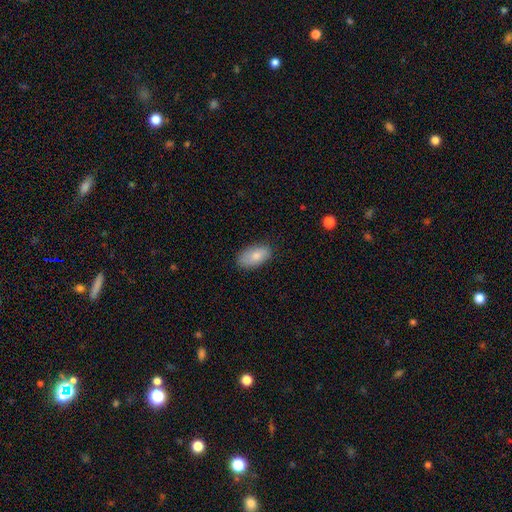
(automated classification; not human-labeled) Smooth or featured? Predicted: smooth (p=0.81). How rounded? Predicted: in between (p=0.93). Merging? Predicted: none (p=0.83).